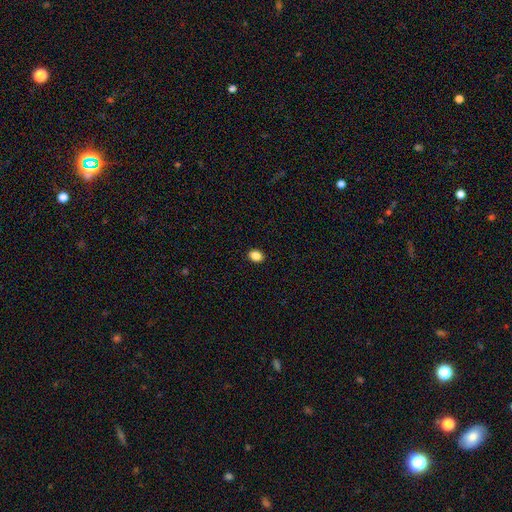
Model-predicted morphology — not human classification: smooth-or-featured: smooth: 87% | star or artifact: 10% | featured or disk: 3%
  how-rounded: in between: 63% | round: 36% | cigar-shaped: 1%
  merging: none: 91% | minor disturbance: 6% | major disturbance: 2% | merger: 1%